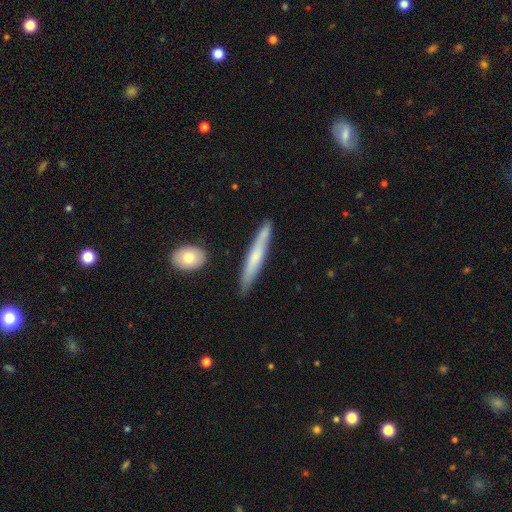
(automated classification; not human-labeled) smooth_or_featured: smooth (p=0.52) [alt: featured or disk p=0.41]
how_rounded: cigar-shaped (p=0.94) [alt: in between p=0.04]
merging: none (p=0.83) [alt: minor disturbance p=0.12]